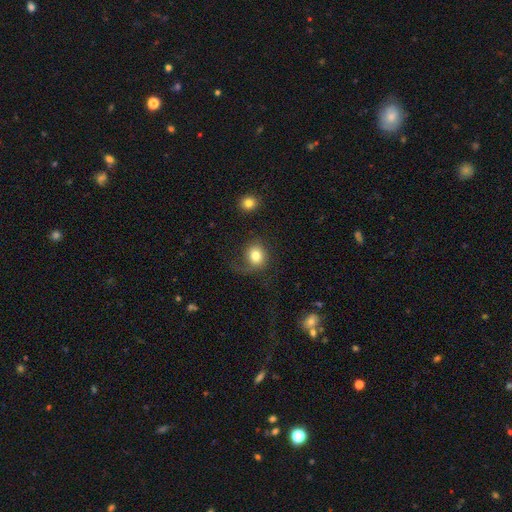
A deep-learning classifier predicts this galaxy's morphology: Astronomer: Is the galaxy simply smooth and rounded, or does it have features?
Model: smooth — 77%.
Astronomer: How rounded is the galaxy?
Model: round — 75%.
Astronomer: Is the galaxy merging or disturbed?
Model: none — 52%.